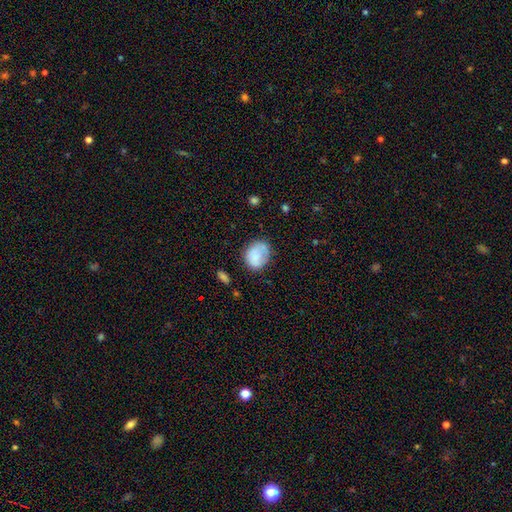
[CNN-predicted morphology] smooth 76%, featured or disk 16%, star or artifact 8%. Down the decision tree: how rounded — round (53%); merging — none (60%).